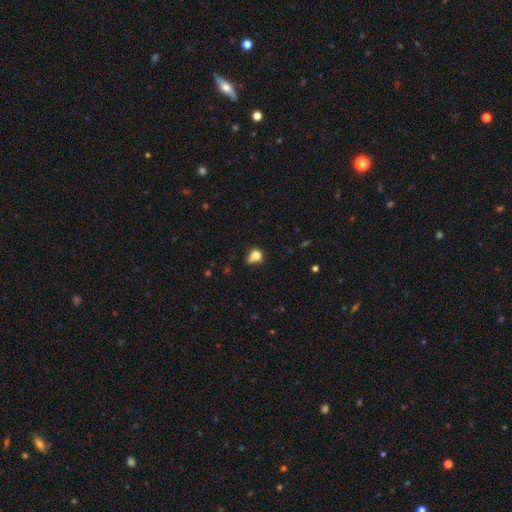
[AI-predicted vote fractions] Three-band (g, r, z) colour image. It shows a smooth galaxy with no disk features (76%) that is round (50%). Merging: minor disturbance (36%).